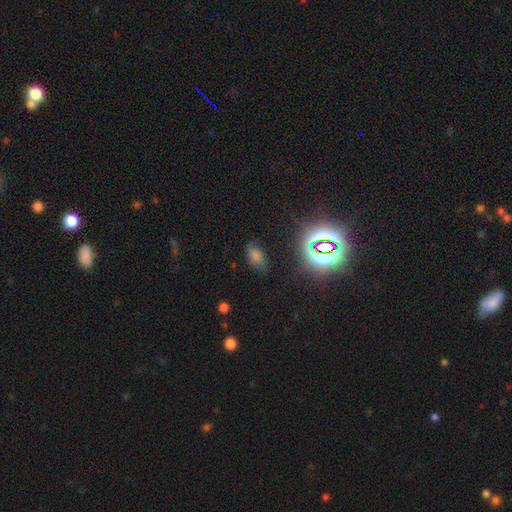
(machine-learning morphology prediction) A smooth galaxy with no disk features (45%).

Vote fractions:
- Smooth or featured? smooth: 45% / star or artifact: 41% / featured or disk: 13%
- Merging? none: 72% / minor disturbance: 18% / major disturbance: 7% / merger: 2%